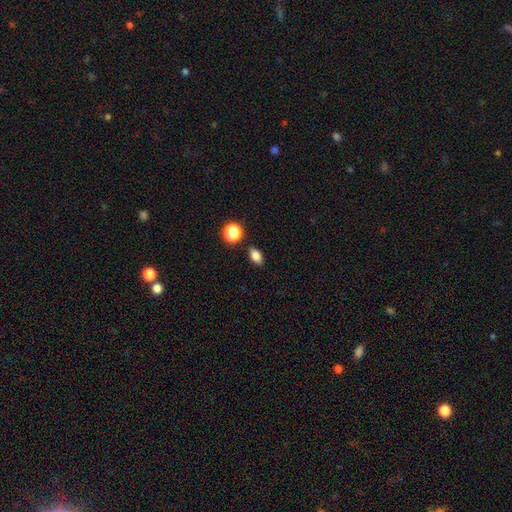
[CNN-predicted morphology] This is clearly a smooth galaxy (83%). How rounded: clearly in between (82%). Merging: clearly none (86%).